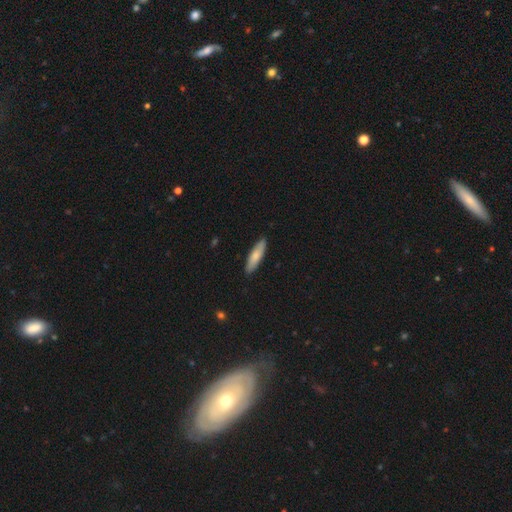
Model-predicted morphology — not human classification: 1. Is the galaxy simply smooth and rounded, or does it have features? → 76% smooth, 19% featured or disk, 5% star or artifact.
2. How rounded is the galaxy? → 68% cigar-shaped, 30% in between, 1% round.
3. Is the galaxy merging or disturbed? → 88% none, 9% minor disturbance, 2% major disturbance, 1% merger.